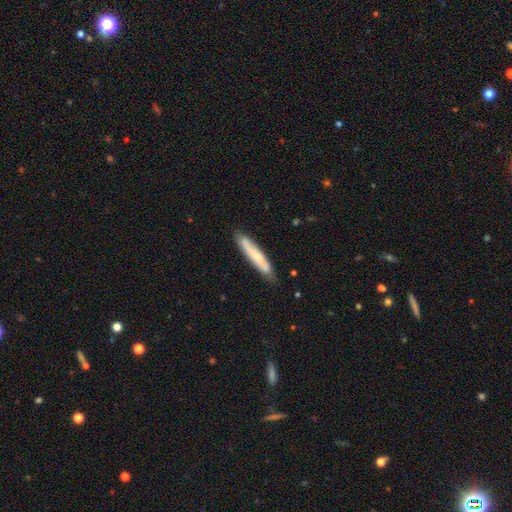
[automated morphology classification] Overall: smooth (61%; featured or disk 33%). How rounded: cigar-shaped (92%). Merging: none (81%).